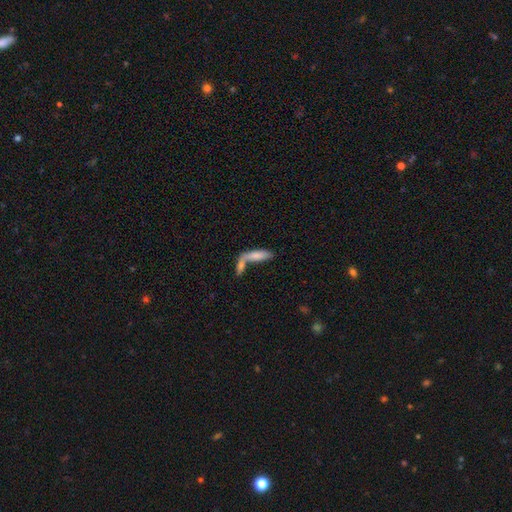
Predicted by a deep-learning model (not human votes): smooth 75%, featured or disk 18%, star or artifact 7%. Down the decision tree: how rounded — cigar-shaped (54%); merging — merger (60%).